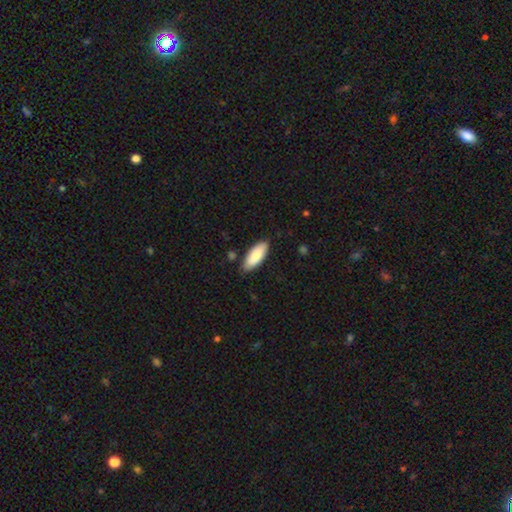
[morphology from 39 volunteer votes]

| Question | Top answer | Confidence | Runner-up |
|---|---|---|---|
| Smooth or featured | smooth | 92% | featured or disk (5%) |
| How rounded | in between | 81% | cigar-shaped (19%) |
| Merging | none | 87% | minor disturbance (11%) |